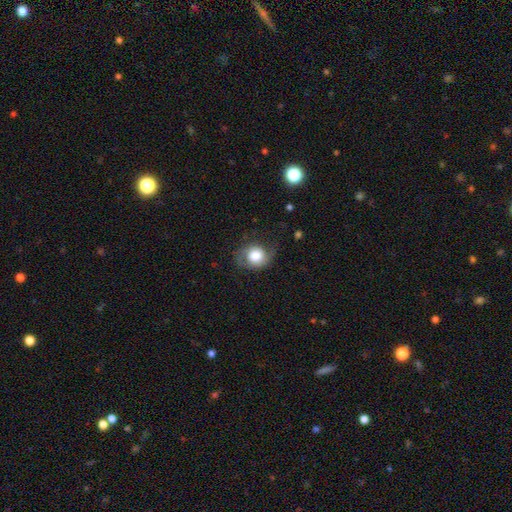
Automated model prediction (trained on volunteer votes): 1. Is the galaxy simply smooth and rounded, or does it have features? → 58% smooth, 34% featured or disk, 8% star or artifact.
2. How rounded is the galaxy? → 64% round, 35% in between, 1% cigar-shaped.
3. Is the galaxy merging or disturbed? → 57% none, 27% minor disturbance, 15% major disturbance, 1% merger.